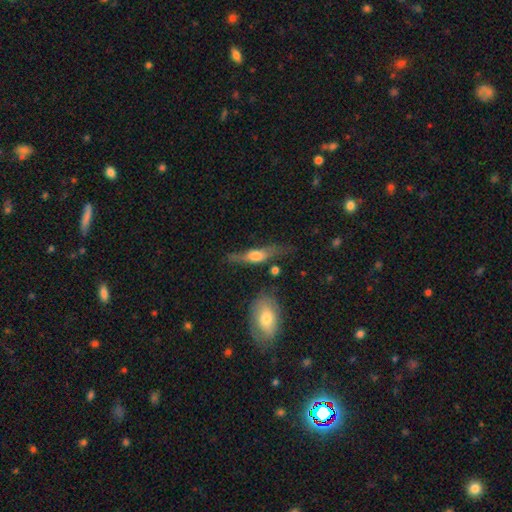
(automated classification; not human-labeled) Smooth or featured?
  - featured or disk: 51% *
  - smooth: 42%
  - star or artifact: 7%
Edge-on disk?
  - yes: 84% *
  - no: 16%
Merging?
  - none: 59% *
  - minor disturbance: 23%
  - major disturbance: 11%
  - merger: 7%